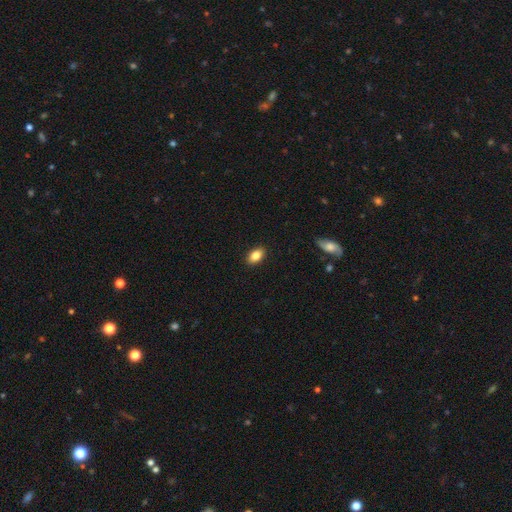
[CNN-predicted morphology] Smooth or featured?
  - smooth: 84% *
  - star or artifact: 8%
  - featured or disk: 8%
How rounded?
  - in between: 89% *
  - round: 9%
  - cigar-shaped: 2%
Merging?
  - none: 90% *
  - minor disturbance: 8%
  - major disturbance: 2%
  - merger: 1%